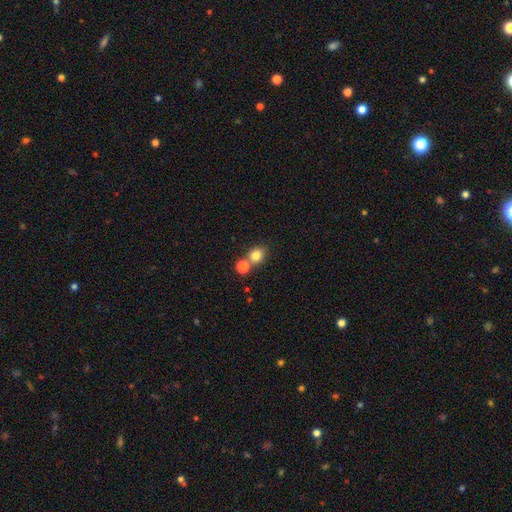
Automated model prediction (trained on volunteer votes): A smooth galaxy with no disk features (80%) that is round (73%). Merging: none (59%).